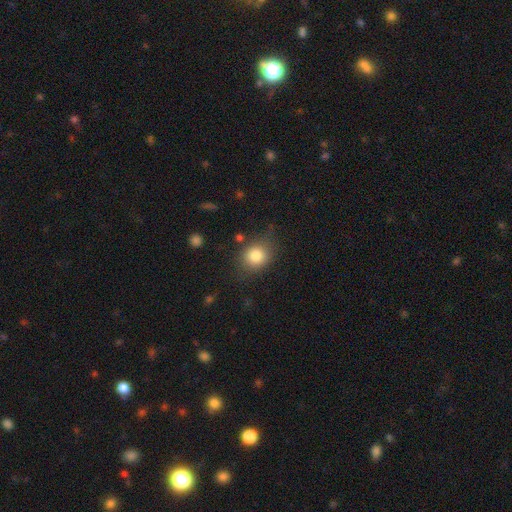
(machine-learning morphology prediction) Q: Smooth or featured?
A: smooth (83%); runner-up: star or artifact (10%)
Q: How rounded?
A: round (66%); runner-up: in between (33%)
Q: Merging?
A: none (72%); runner-up: minor disturbance (18%)